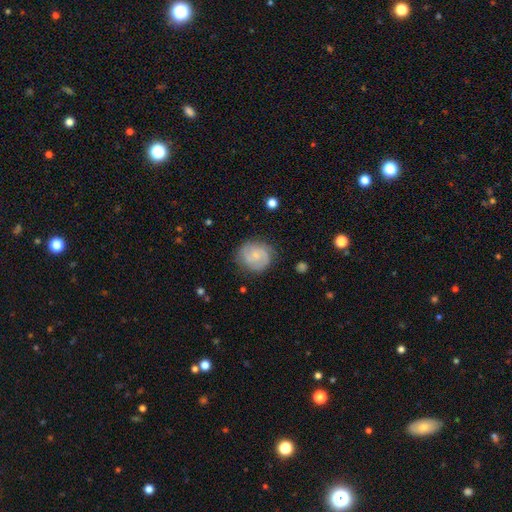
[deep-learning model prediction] Overall: featured or disk (69%). Edge-on disk: no (98%). Bar: no (60%; weak 35%). Spiral arms: yes (94%). Spiral arm count: 2 (77%). Spiral winding: tight (49%; medium 40%). Bulge size: small (65%). Merging: none (81%).